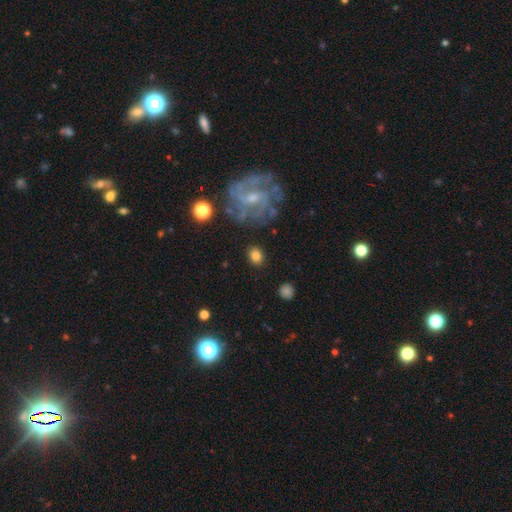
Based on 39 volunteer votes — Smooth or featured: smooth — 72% (featured or disk — 23%)
How rounded: round — 54% (in between — 46%)
Merging: none — 100%